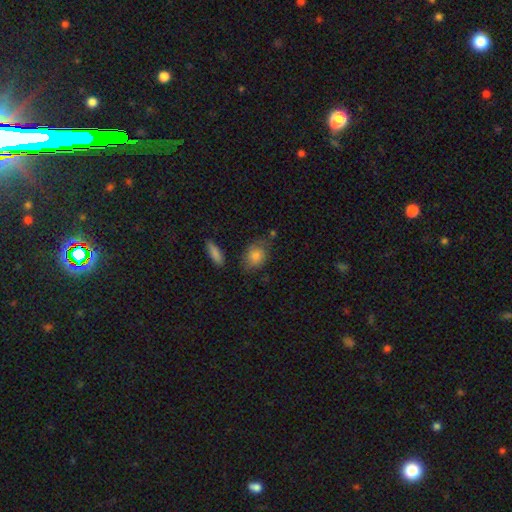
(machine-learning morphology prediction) A smooth galaxy with no disk features (80%) that is in between round and cigar-shaped (63%).

Vote fractions:
- Smooth or featured? smooth: 80% / featured or disk: 12% / star or artifact: 8%
- How rounded? in between: 63% / round: 34% / cigar-shaped: 2%
- Merging? none: 62% / minor disturbance: 25% / major disturbance: 8% / merger: 5%